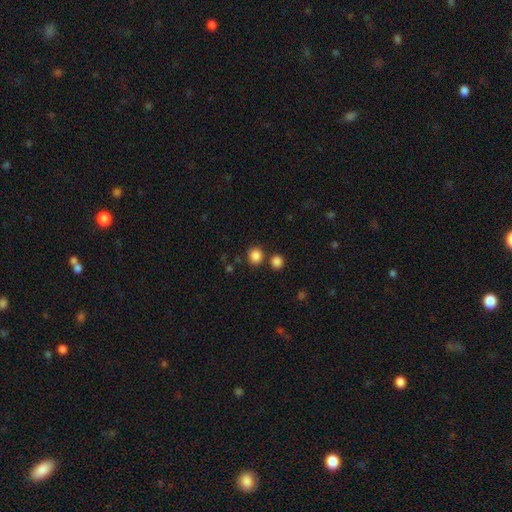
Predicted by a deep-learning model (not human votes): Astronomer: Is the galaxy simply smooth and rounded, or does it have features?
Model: smooth — 85%.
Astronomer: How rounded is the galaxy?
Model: round — 84%.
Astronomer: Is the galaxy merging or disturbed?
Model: none — 78%.